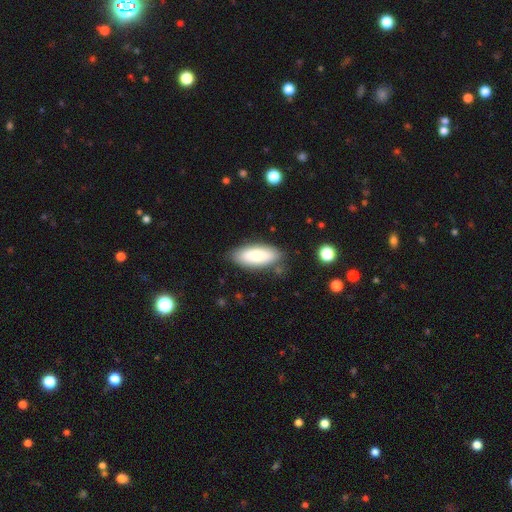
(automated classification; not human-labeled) Smooth or featured: smooth — 72% (featured or disk — 22%)
How rounded: in between — 85% (cigar-shaped — 13%)
Merging: none — 79% (minor disturbance — 15%)